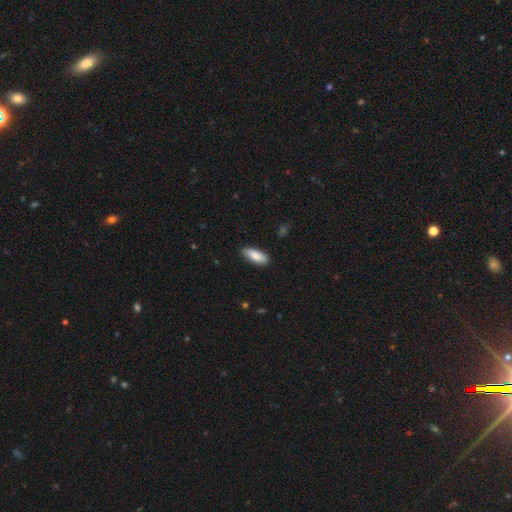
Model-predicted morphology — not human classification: Overall: smooth (86%). How rounded: in between (74%). Merging: none (86%).